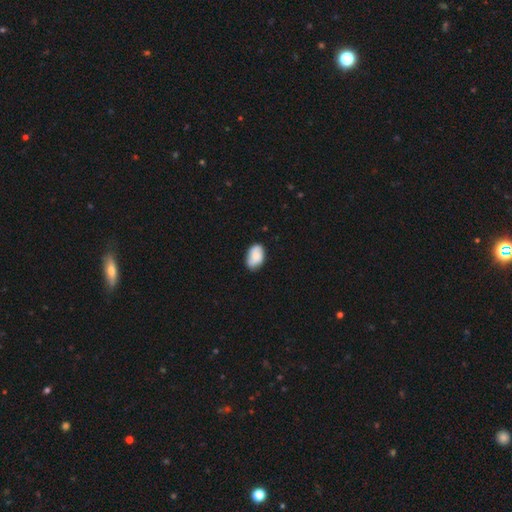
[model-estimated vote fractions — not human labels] Q: Smooth or featured?
A: smooth (80%); runner-up: featured or disk (13%)
Q: How rounded?
A: in between (90%); runner-up: round (9%)
Q: Merging?
A: none (74%); runner-up: minor disturbance (21%)